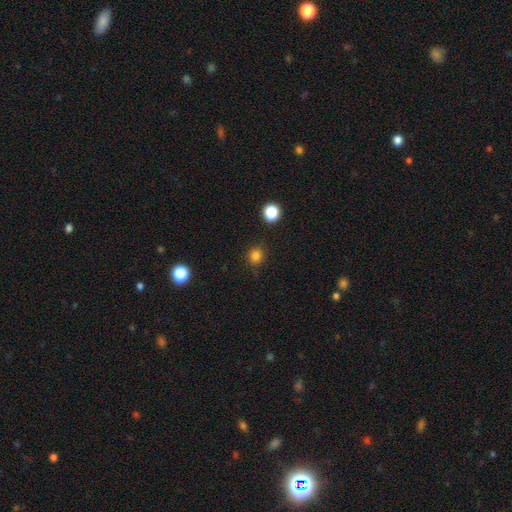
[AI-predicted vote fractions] Smooth or featured: smooth — 82% (star or artifact — 14%)
How rounded: round — 87% (in between — 12%)
Merging: none — 88% (minor disturbance — 8%)